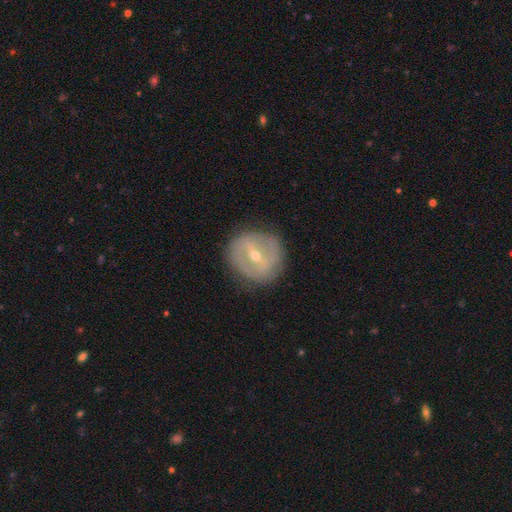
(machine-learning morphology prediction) Smooth or featured: featured or disk — 71% (smooth — 22%)
Edge-on disk: no — 93% (yes — 7%)
Bar: strong — 48% (weak — 37%)
Spiral arms: no — 54% (yes — 46%)
Bulge size: small — 57% (moderate — 41%)
Merging: none — 81% (minor disturbance — 13%)